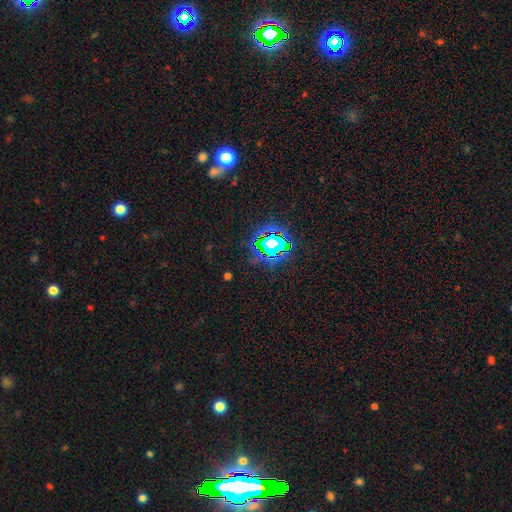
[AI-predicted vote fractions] Smooth or featured?
  - star or artifact: 79% *
  - smooth: 13%
  - featured or disk: 8%